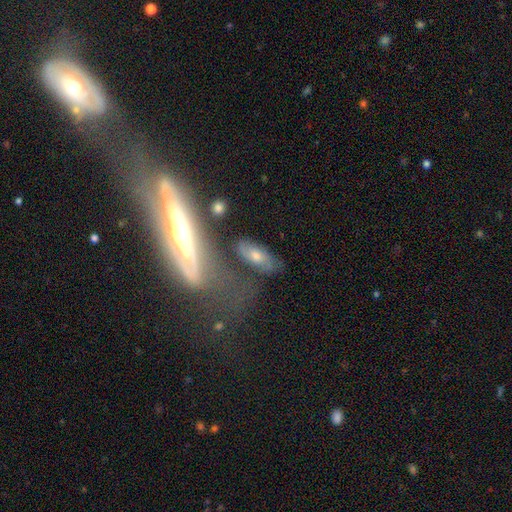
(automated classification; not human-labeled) This appears to be a smooth galaxy with no disk features (48%). Merging: none (59%).